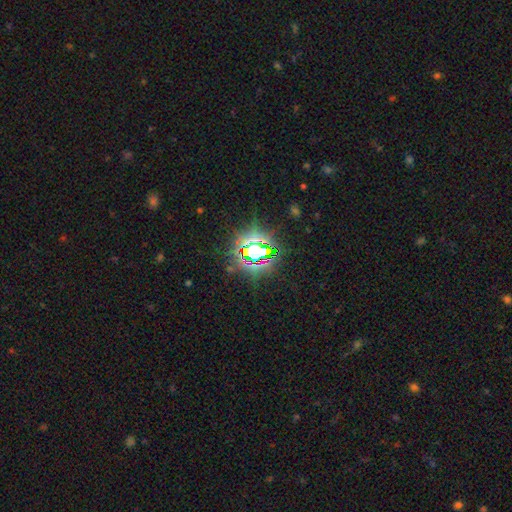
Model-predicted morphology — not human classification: A star or artifact, not a galaxy (79%).